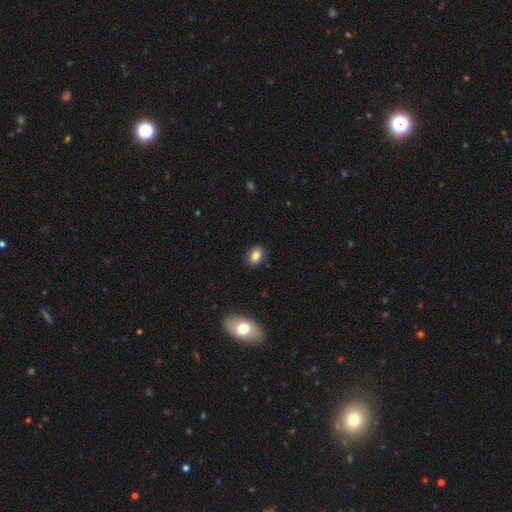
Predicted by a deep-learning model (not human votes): smooth-or-featured: smooth: 84% | star or artifact: 10% | featured or disk: 6%
  how-rounded: in between: 73% | round: 26% | cigar-shaped: 1%
  merging: none: 88% | minor disturbance: 9% | major disturbance: 2% | merger: 1%